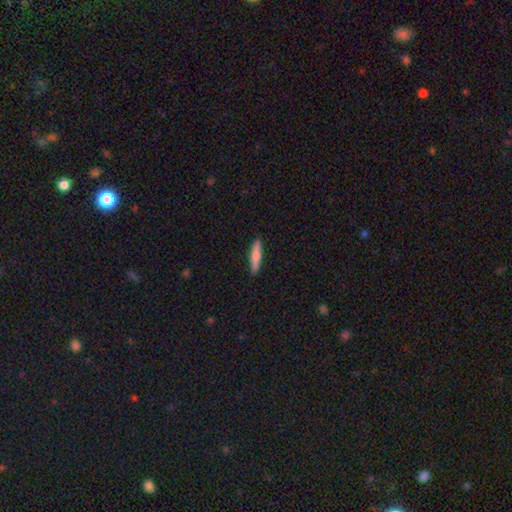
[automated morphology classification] smooth 74%, featured or disk 21%, star or artifact 5%. Down the decision tree: how rounded — cigar-shaped (88%); merging — none (91%).